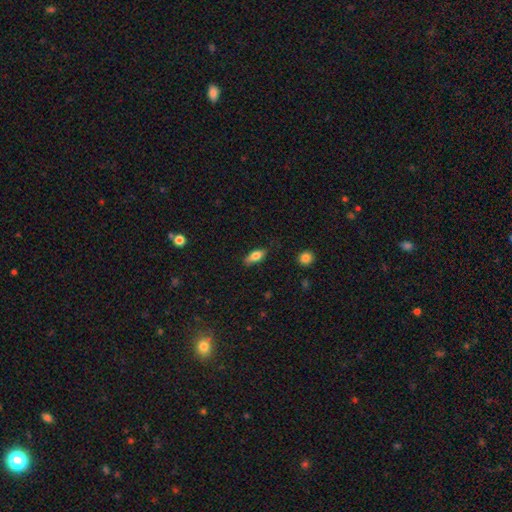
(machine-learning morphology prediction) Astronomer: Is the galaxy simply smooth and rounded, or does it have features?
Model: smooth — 73%.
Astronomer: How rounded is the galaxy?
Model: in between — 78%.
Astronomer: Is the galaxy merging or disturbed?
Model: none — 78%.